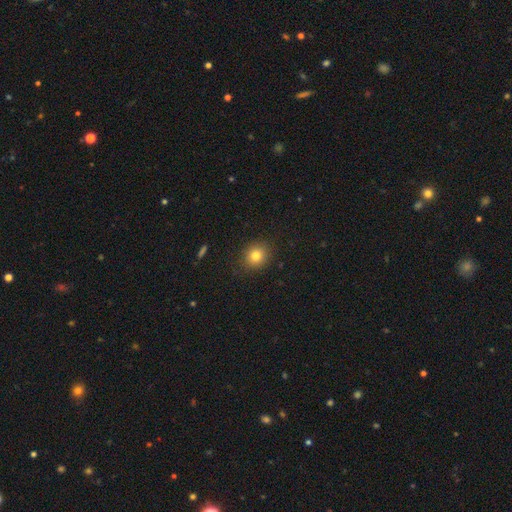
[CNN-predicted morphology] smooth_or_featured: smooth (p=0.81) [alt: star or artifact p=0.11]
how_rounded: round (p=0.77) [alt: in between p=0.23]
merging: none (p=0.88) [alt: minor disturbance p=0.09]